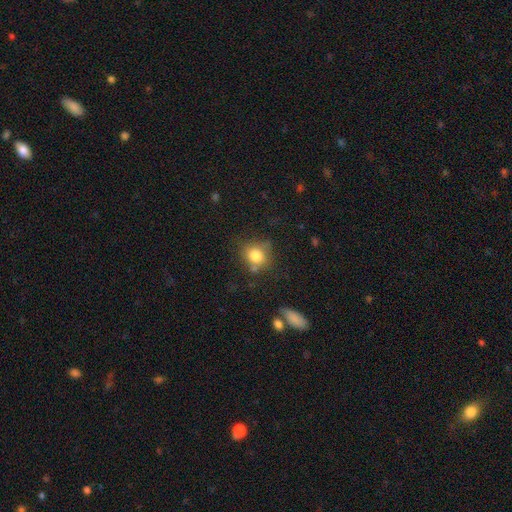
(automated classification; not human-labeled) Smooth or featured? Predicted: smooth (p=0.80). How rounded? Predicted: round (p=0.72). Merging? Predicted: none (p=0.64).